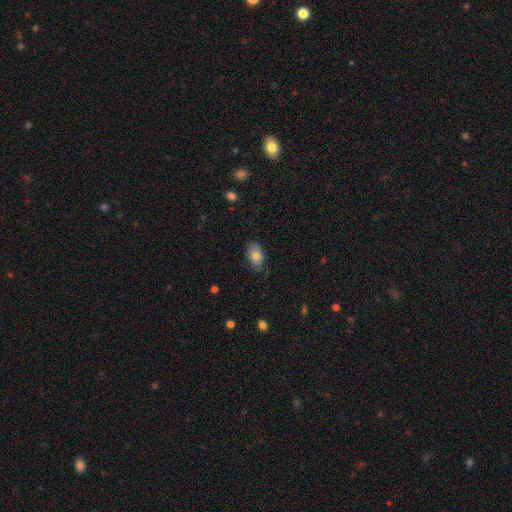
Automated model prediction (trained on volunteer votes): This is clearly a smooth galaxy (81%). How rounded: clearly in between (91%). Merging: likely none (78%).